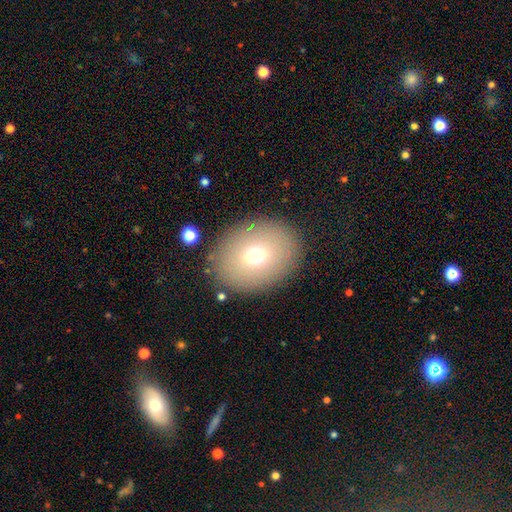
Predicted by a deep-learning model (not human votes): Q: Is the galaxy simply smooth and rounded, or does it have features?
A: smooth — 69%.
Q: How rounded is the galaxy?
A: in between — 59%.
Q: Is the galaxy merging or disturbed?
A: none — 86%.